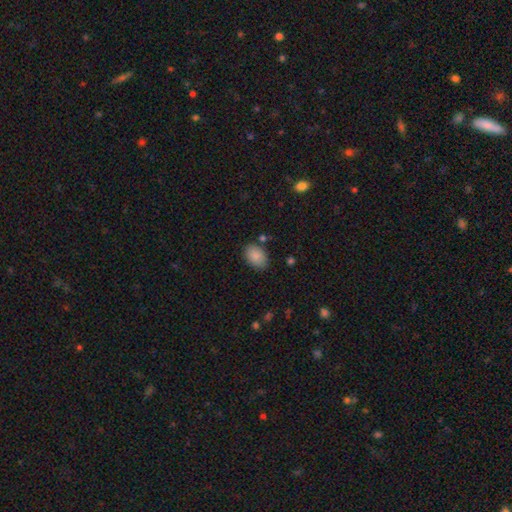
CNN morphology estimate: The model was most divided on "how rounded": in between: 81%, round: 18%, cigar-shaped: 1%. More confident: smooth or featured — smooth (88%); merging — none (80%).